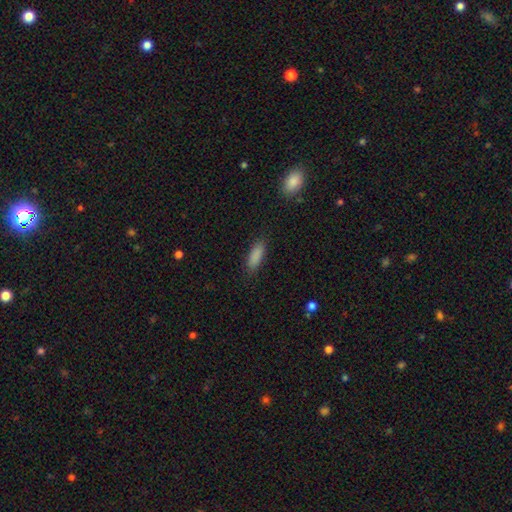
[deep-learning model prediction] smooth 88%, star or artifact 8%, featured or disk 5%. Down the decision tree: how rounded — in between (63%); merging — none (86%).